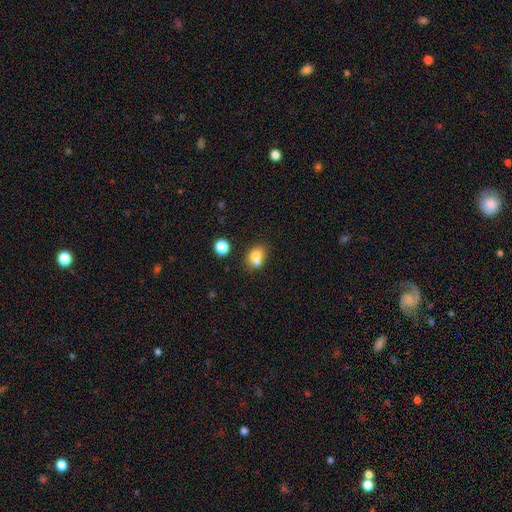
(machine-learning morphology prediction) This appears to be a smooth galaxy with no disk features (74%) that is in between round and cigar-shaped (57%). Merging: merger (44%).